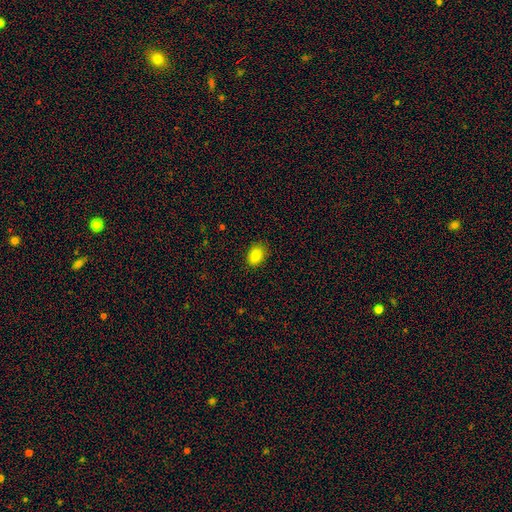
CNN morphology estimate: Smooth or featured?
  - smooth: 86% *
  - star or artifact: 9%
  - featured or disk: 4%
How rounded?
  - in between: 82% *
  - round: 16%
  - cigar-shaped: 1%
Merging?
  - none: 86% *
  - minor disturbance: 11%
  - major disturbance: 2%
  - merger: 1%